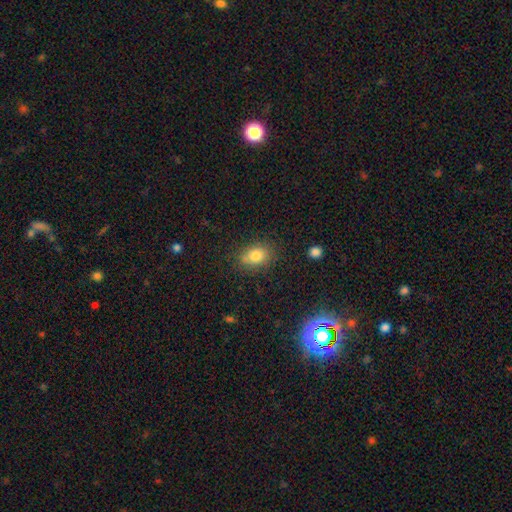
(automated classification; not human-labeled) Smooth or featured? smooth (80%)
How rounded? in between (71%)
Merging? none (76%)